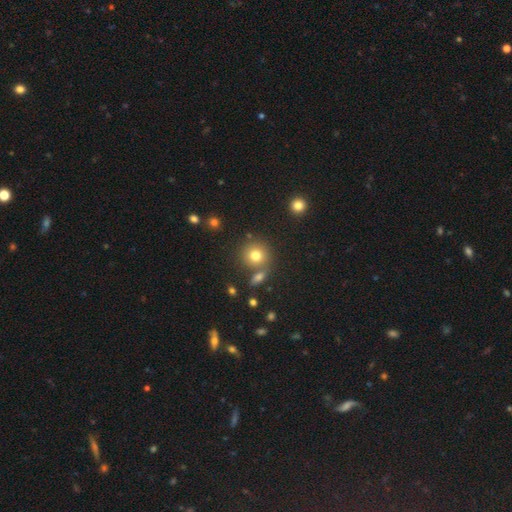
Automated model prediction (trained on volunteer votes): Smooth or featured?
  - smooth: 78% *
  - star or artifact: 12%
  - featured or disk: 10%
How rounded?
  - round: 88% *
  - in between: 11%
  - cigar-shaped: 1%
Merging?
  - none: 68% *
  - merger: 19%
  - minor disturbance: 9%
  - major disturbance: 4%